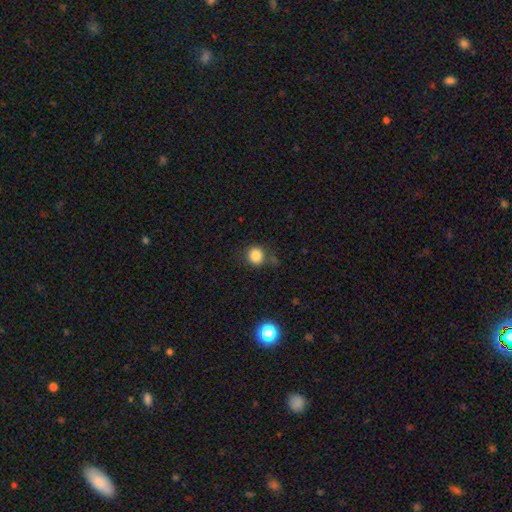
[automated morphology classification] smooth_or_featured: smooth (p=0.84) [alt: star or artifact p=0.11]
how_rounded: round (p=0.81) [alt: in between p=0.18]
merging: none (p=0.74) [alt: minor disturbance p=0.16]